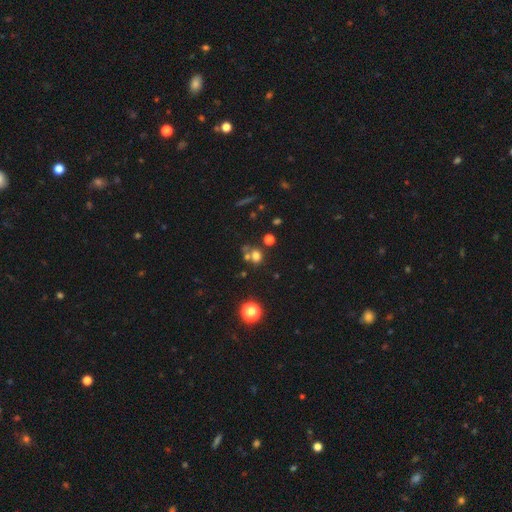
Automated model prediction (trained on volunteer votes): Smooth or featured: smooth — 68% (star or artifact — 21%)
How rounded: round — 69% (in between — 30%)
Merging: none — 51% (merger — 34%)